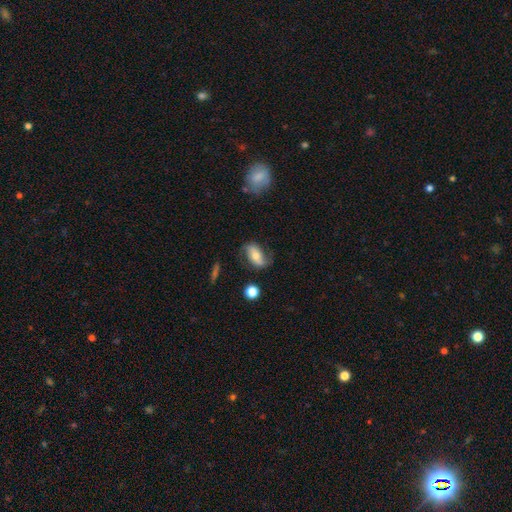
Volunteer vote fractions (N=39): Smooth or featured? 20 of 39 (51%) said featured or disk. Edge-on disk? 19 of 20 (95%) said no. Bar? 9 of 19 (47%) said weak. Spiral arms? 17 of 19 (89%) said yes. Spiral winding? 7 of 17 (41%) said medium. Spiral arm count? 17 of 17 (100%) said 2. Bulge size? 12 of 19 (63%) said moderate. Merging? 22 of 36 (61%) said none.